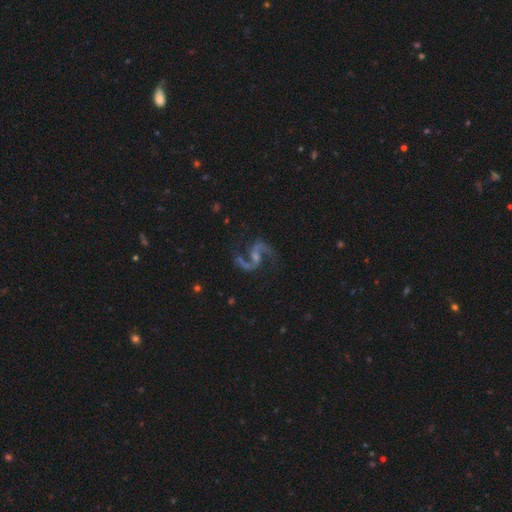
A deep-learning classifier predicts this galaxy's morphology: Smooth or featured?
  - featured or disk: 92% *
  - star or artifact: 6%
  - smooth: 3%
Edge-on disk?
  - no: 98% *
  - yes: 2%
Bar?
  - weak: 46% *
  - no: 31%
  - strong: 23%
Spiral arms?
  - yes: 98% *
  - no: 2%
Spiral winding?
  - loose: 51% *
  - medium: 43%
  - tight: 6%
Spiral arm count?
  - 2: 94% *
  - 1: 1%
  - can't tell: 1%
  - 3: 1%
  - 4: 1%
  - more than 4: 1%
Bulge size?
  - small: 51% *
  - moderate: 25%
  - none: 21%
  - large: 2%
  - dominant: 1%
Merging?
  - none: 78% *
  - minor disturbance: 13%
  - major disturbance: 7%
  - merger: 2%